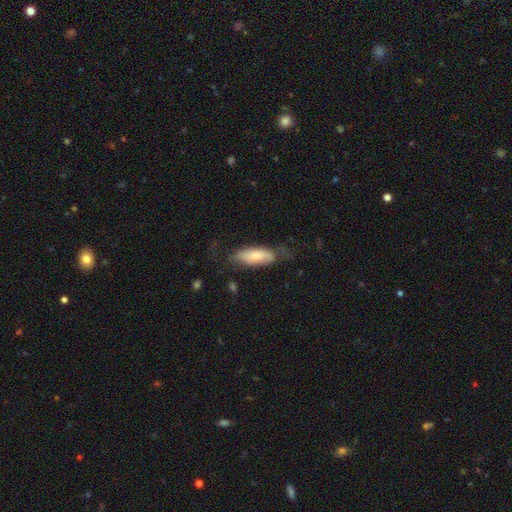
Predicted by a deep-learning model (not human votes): Smooth or featured: smooth — 69% (featured or disk — 25%)
How rounded: in between — 70% (cigar-shaped — 28%)
Merging: none — 52% (minor disturbance — 31%)